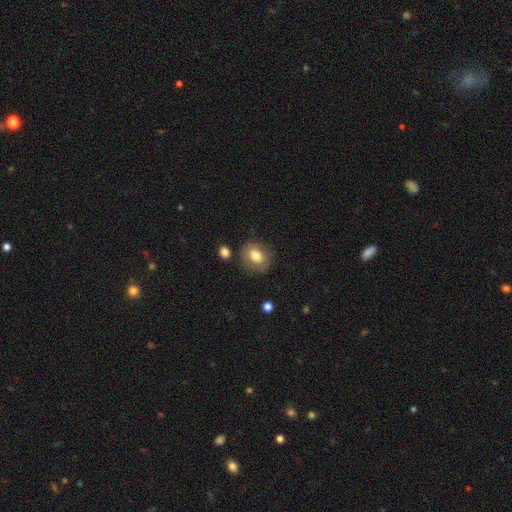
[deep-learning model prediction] A smooth galaxy with no disk features (77%) that is round (54%).

Vote fractions:
- Smooth or featured? smooth: 77% / featured or disk: 14% / star or artifact: 9%
- How rounded? round: 54% / in between: 45% / cigar-shaped: 1%
- Merging? none: 79% / minor disturbance: 14% / major disturbance: 4% / merger: 3%